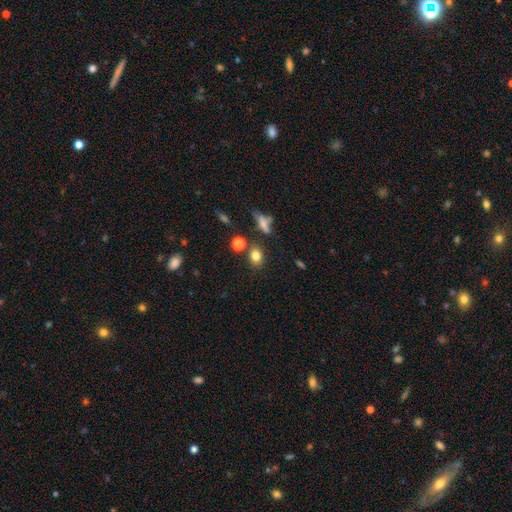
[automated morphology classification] Smooth or featured? smooth (79%)
How rounded? in between (54%)
Merging? none (74%)